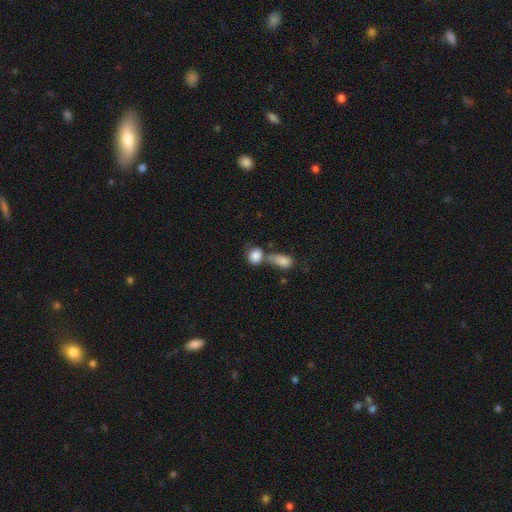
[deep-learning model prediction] A smooth galaxy with no disk features (85%) that is round (54%).

Vote fractions:
- Smooth or featured? smooth: 85% / star or artifact: 8% / featured or disk: 7%
- How rounded? round: 54% / in between: 44% / cigar-shaped: 2%
- Merging? merger: 53% / none: 30% / minor disturbance: 10% / major disturbance: 7%